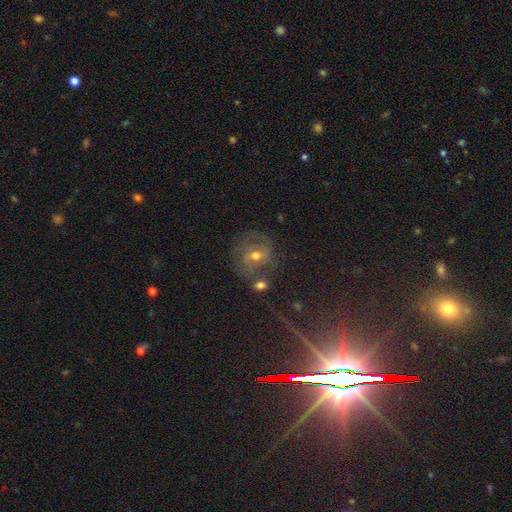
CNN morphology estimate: type=featured or disk (56%); edge-on=no (96%); bar=no (44%); spiral arms=yes (74%); bulge=moderate (69%); merging=none (63%).